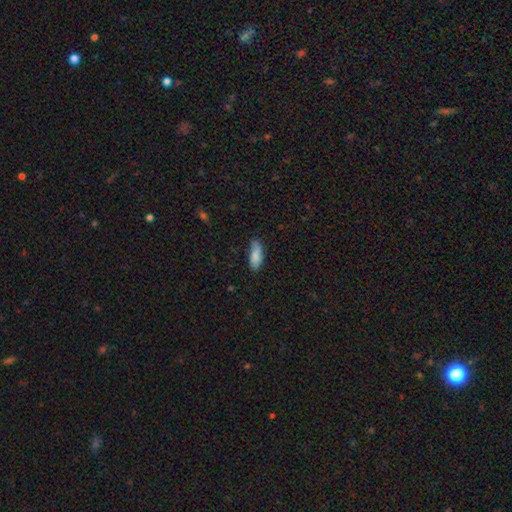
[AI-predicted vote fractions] This is clearly a smooth galaxy (81%). How rounded: likely in between (77%). Merging: likely none (71%).